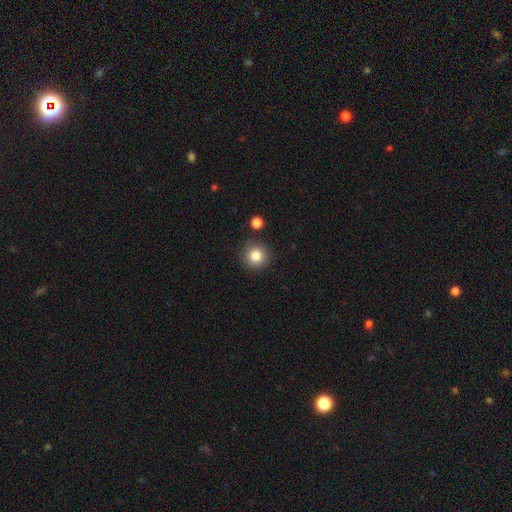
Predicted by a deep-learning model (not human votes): A smooth galaxy with no disk features (84%) that is round (94%).

Vote fractions:
- Smooth or featured? smooth: 84% / star or artifact: 10% / featured or disk: 6%
- How rounded? round: 94% / in between: 5% / cigar-shaped: 1%
- Merging? none: 87% / minor disturbance: 7% / merger: 3% / major disturbance: 2%